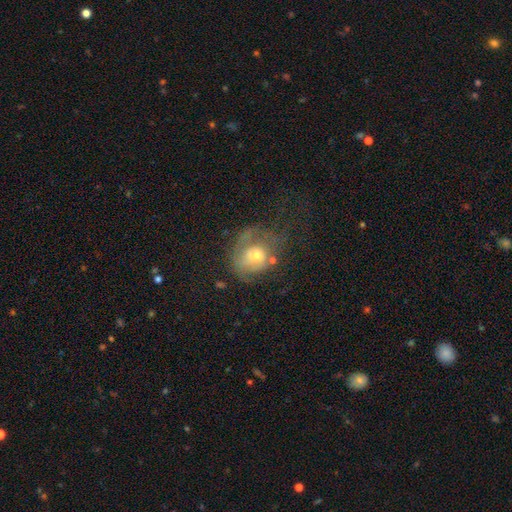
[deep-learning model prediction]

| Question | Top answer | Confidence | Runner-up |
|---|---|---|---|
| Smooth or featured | featured or disk | 47% | smooth (41%) |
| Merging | none | 37% | major disturbance (35%) |